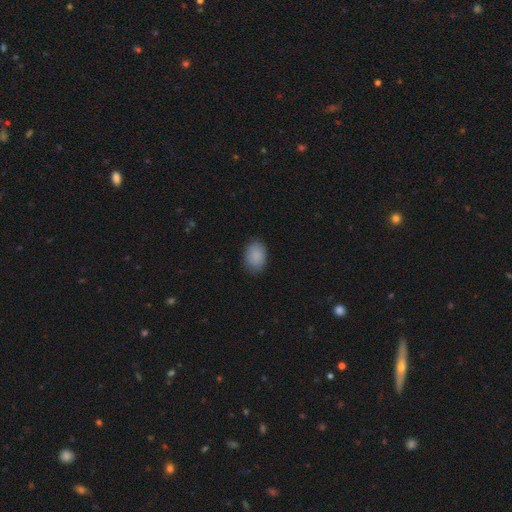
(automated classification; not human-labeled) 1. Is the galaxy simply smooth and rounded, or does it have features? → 88% smooth, 7% star or artifact, 4% featured or disk.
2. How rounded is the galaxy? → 77% in between, 22% round, 1% cigar-shaped.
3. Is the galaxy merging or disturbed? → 83% none, 13% minor disturbance, 3% major disturbance, 1% merger.